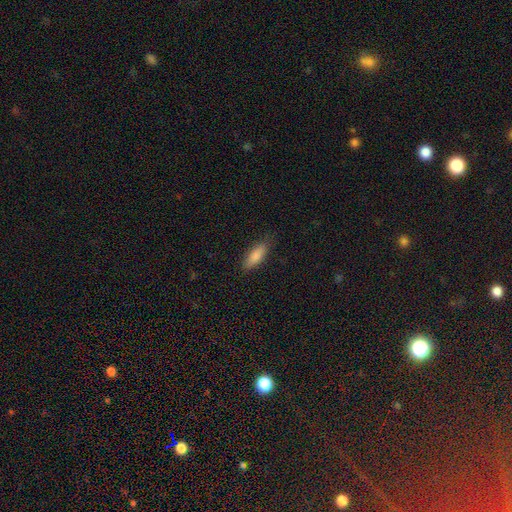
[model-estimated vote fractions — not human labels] The model was most divided on "how rounded": in between: 63%, cigar-shaped: 35%, round: 2%. More confident: smooth or featured — smooth (84%); merging — none (82%).